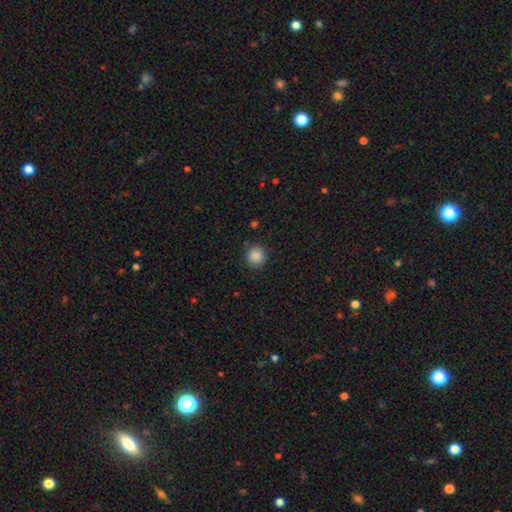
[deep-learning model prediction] Smooth or featured? smooth (87%)
How rounded? round (93%)
Merging? none (89%)